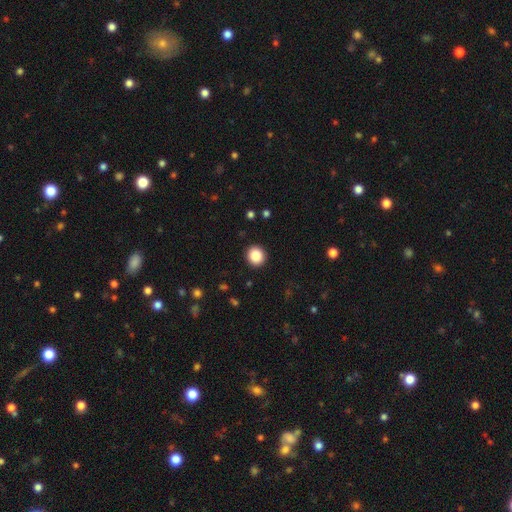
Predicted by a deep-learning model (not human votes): Smooth or featured?
  - smooth: 87% *
  - star or artifact: 9%
  - featured or disk: 4%
How rounded?
  - round: 90% *
  - in between: 9%
  - cigar-shaped: 1%
Merging?
  - none: 92% *
  - minor disturbance: 5%
  - major disturbance: 2%
  - merger: 1%